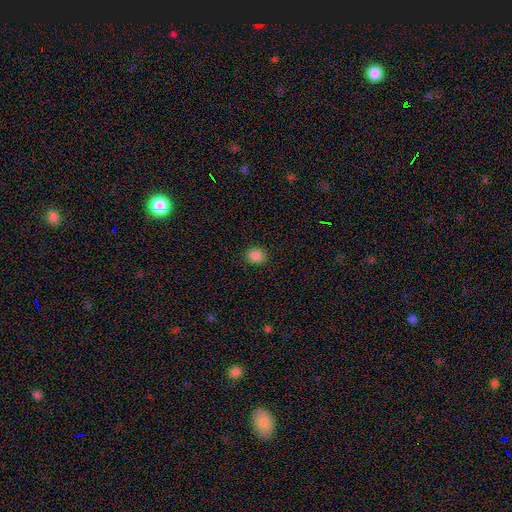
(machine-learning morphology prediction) Smooth or featured? Predicted: smooth (p=0.87). How rounded? Predicted: round (p=0.68). Merging? Predicted: none (p=0.90).